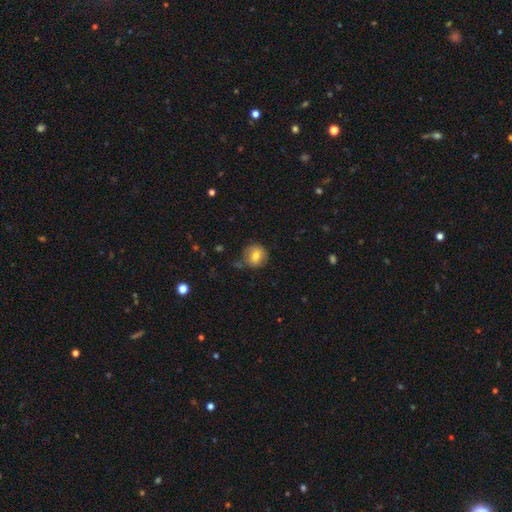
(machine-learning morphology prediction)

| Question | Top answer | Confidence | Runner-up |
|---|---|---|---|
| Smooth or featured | smooth | 77% | featured or disk (13%) |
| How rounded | round | 87% | in between (12%) |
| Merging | none | 71% | minor disturbance (19%) |